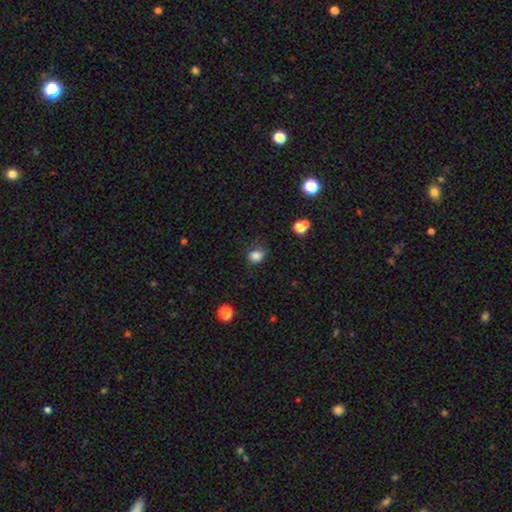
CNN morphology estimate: Q: Smooth or featured?
A: smooth (83%); runner-up: star or artifact (11%)
Q: How rounded?
A: in between (56%); runner-up: round (43%)
Q: Merging?
A: none (64%); runner-up: minor disturbance (25%)